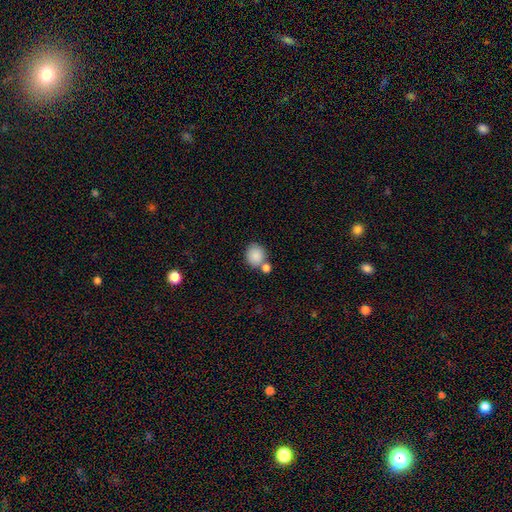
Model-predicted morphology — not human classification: Smooth or featured?
  - smooth: 86% *
  - star or artifact: 8%
  - featured or disk: 6%
How rounded?
  - round: 73% *
  - in between: 26%
  - cigar-shaped: 1%
Merging?
  - none: 60% *
  - merger: 25%
  - minor disturbance: 11%
  - major disturbance: 3%